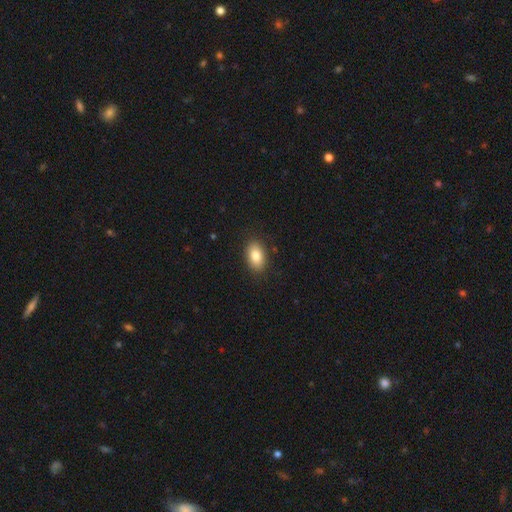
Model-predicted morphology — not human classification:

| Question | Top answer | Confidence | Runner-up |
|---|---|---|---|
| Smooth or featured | smooth | 85% | star or artifact (8%) |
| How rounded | in between | 89% | round (10%) |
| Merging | none | 88% | minor disturbance (9%) |